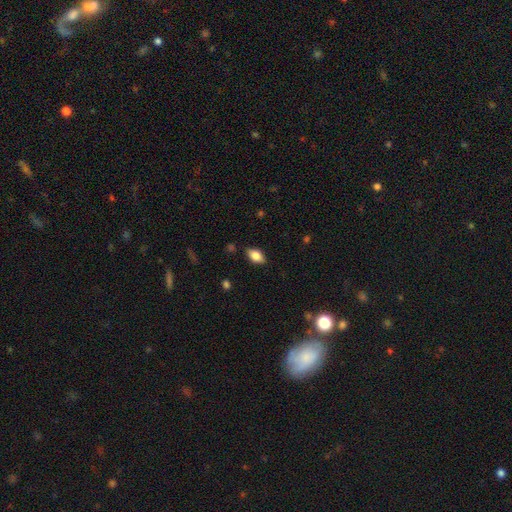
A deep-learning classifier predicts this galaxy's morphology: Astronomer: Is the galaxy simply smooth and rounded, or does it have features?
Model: smooth — 80%.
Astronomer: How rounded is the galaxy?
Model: in between — 89%.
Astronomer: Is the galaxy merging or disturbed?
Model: none — 84%.